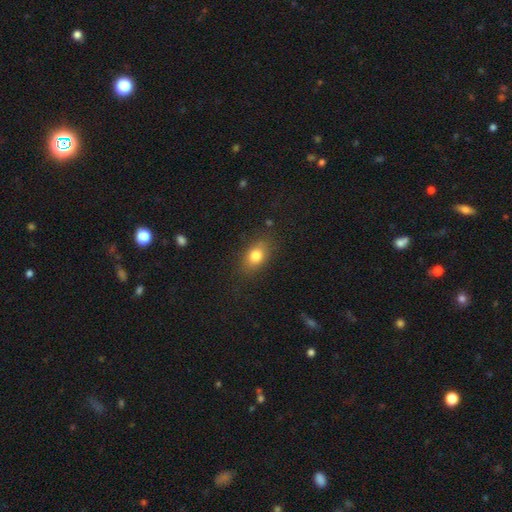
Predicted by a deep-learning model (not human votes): smooth_or_featured: smooth (p=0.80) [alt: featured or disk p=0.10]
how_rounded: in between (p=0.74) [alt: round p=0.24]
merging: none (p=0.80) [alt: minor disturbance p=0.14]